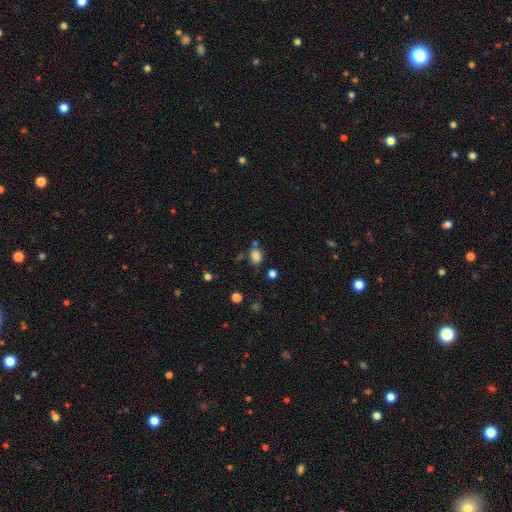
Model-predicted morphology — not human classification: This is clearly a smooth galaxy (82%). How rounded: likely in between (66%). Merging: likely none (69%).